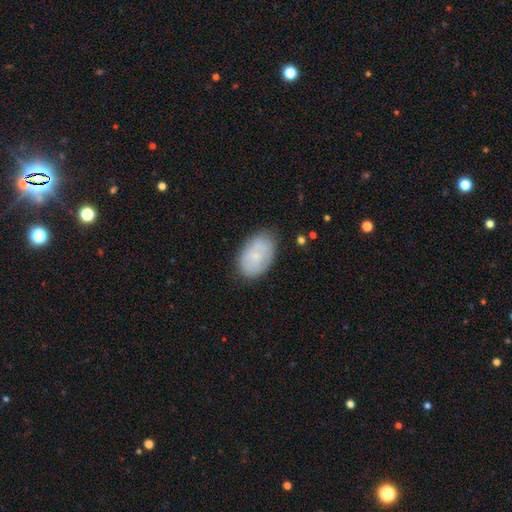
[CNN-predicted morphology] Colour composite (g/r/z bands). It shows a smooth galaxy with no disk features (65%) that is in between round and cigar-shaped (89%). Merging: none (71%).